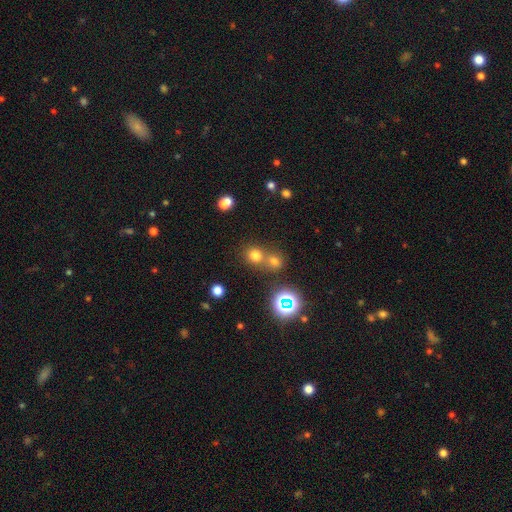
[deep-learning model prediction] Morphology: type=smooth (69%); roundness=round (84%); merging=none (56%).